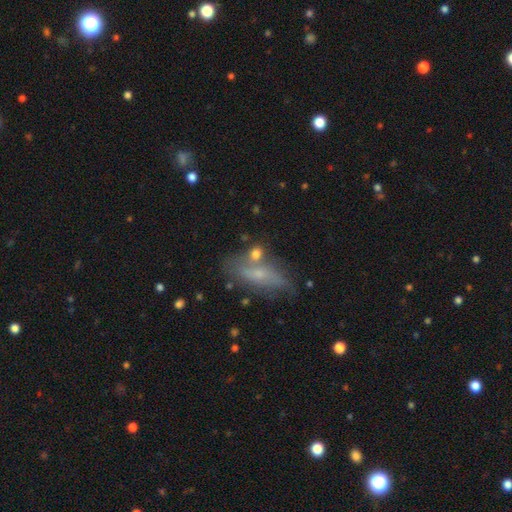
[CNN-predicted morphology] Smooth or featured? Predicted: smooth (p=0.45). Merging? Predicted: none (p=0.57).